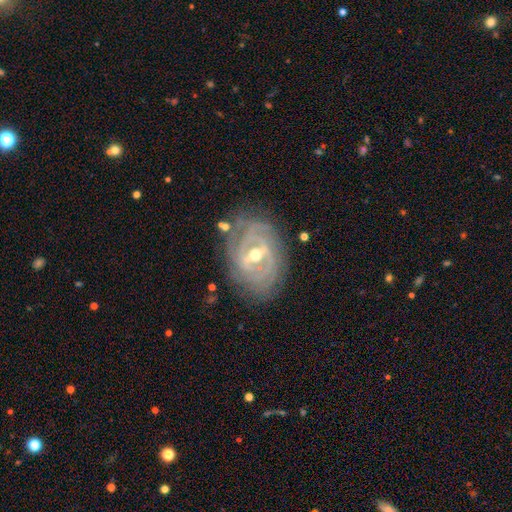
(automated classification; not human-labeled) smooth-or-featured: featured or disk: 87% | smooth: 7% | star or artifact: 6%
  disk-edge-on: no: 95% | yes: 5%
    bar: strong: 44% | weak: 42% | no: 13%
    has-spiral-arms: yes: 92% | no: 8%
      spiral-winding: tight: 76% | medium: 20% | loose: 5%
      spiral-arm-count: can't tell: 34% | 2: 26% | 3: 18% | 4: 11% | more than 4: 6% | 1: 5%
    bulge-size: moderate: 62% | small: 34% | large: 2% | none: 1% | dominant: 1%
  merging: none: 77% | minor disturbance: 16% | major disturbance: 5% | merger: 2%